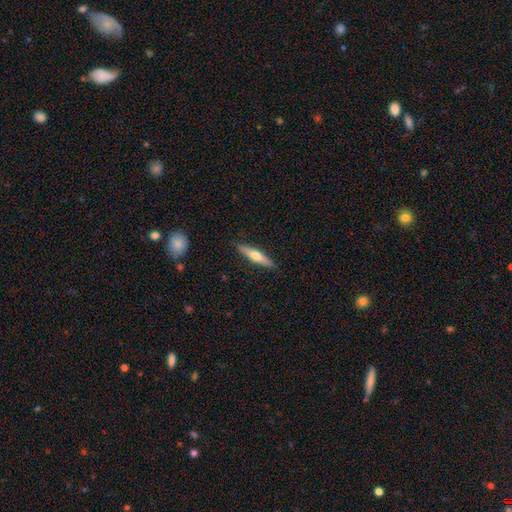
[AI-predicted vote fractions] A smooth galaxy with no disk features (52%) that is cigar-shaped (83%).

Vote fractions:
- Smooth or featured? smooth: 52% / featured or disk: 43% / star or artifact: 5%
- How rounded? cigar-shaped: 83% / in between: 16% / round: 2%
- Merging? none: 89% / minor disturbance: 8% / major disturbance: 2% / merger: 1%